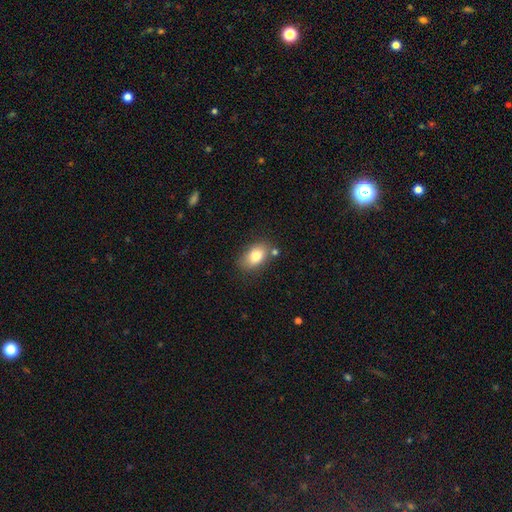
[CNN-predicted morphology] smooth_or_featured: smooth (p=0.79) [alt: featured or disk p=0.12]
how_rounded: in between (p=0.87) [alt: round p=0.11]
merging: none (p=0.73) [alt: minor disturbance p=0.15]